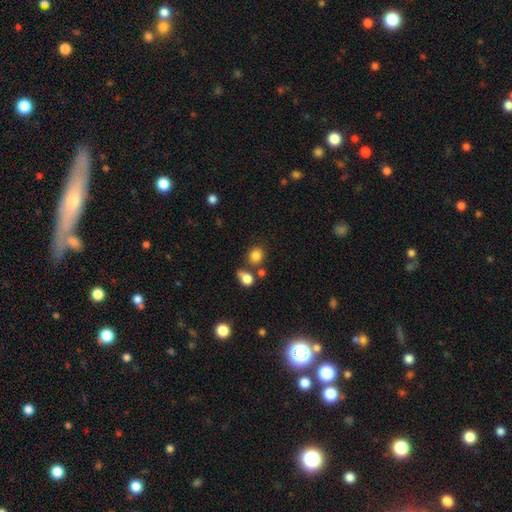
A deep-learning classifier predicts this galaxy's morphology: Q: Smooth or featured?
A: smooth (83%); runner-up: star or artifact (11%)
Q: How rounded?
A: round (75%); runner-up: in between (24%)
Q: Merging?
A: none (67%); runner-up: merger (17%)